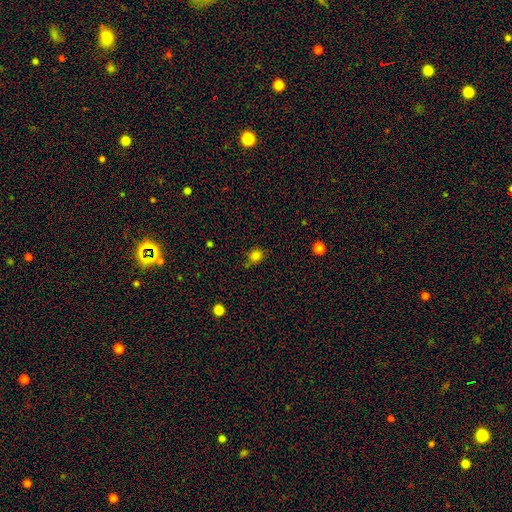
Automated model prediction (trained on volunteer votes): This appears to be a smooth galaxy with no disk features (81%) that is round (81%). Merging: none (69%).